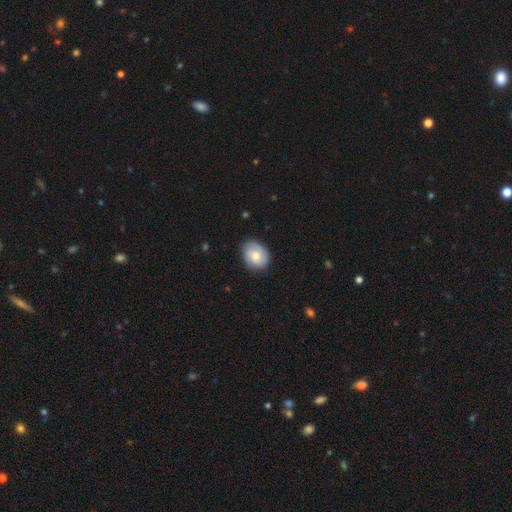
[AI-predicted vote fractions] This is possibly a smooth galaxy (59%). How rounded: possibly round (50%). Merging: likely none (77%).